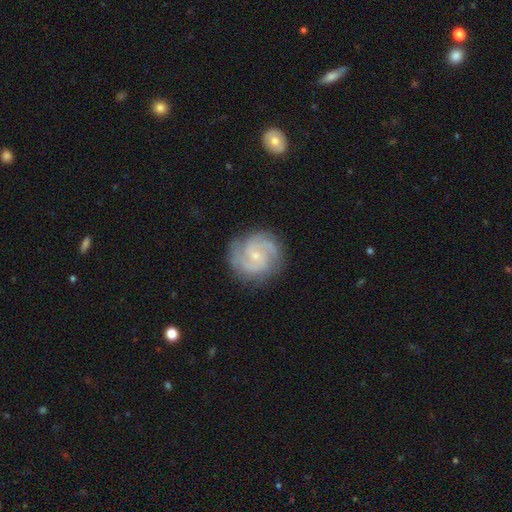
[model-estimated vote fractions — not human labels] Smooth or featured? Predicted: featured or disk (p=0.88). Edge-on disk? Predicted: no (p=0.98). Bar? Predicted: no (p=0.63). Spiral arms? Predicted: yes (p=0.98). Spiral winding? Predicted: tight (p=0.49). Spiral arm count? Predicted: 2 (p=0.38). Bulge size? Predicted: small (p=0.76). Merging? Predicted: none (p=0.82).